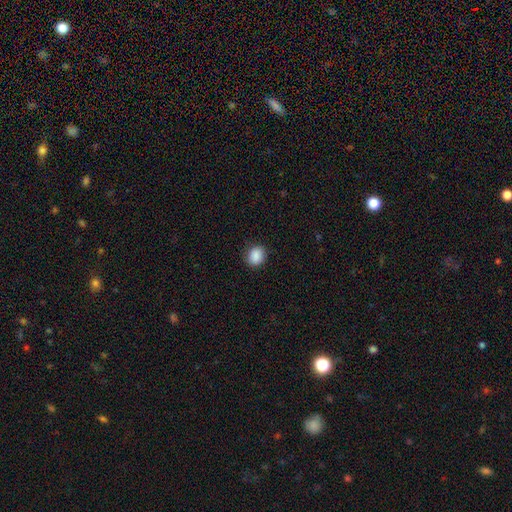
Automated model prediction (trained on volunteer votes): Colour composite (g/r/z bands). It shows a smooth galaxy with no disk features (89%) that is round (67%). Merging: none (87%).